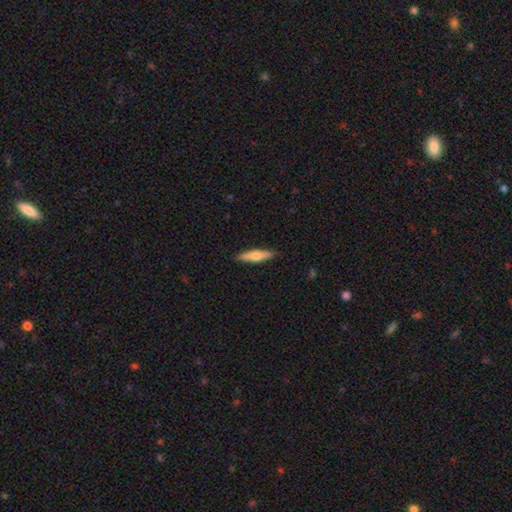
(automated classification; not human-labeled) A smooth galaxy with no disk features (63%) that is cigar-shaped (79%).

Vote fractions:
- Smooth or featured? smooth: 63% / featured or disk: 31% / star or artifact: 5%
- How rounded? cigar-shaped: 79% / in between: 19% / round: 2%
- Merging? none: 90% / minor disturbance: 7% / major disturbance: 2% / merger: 1%